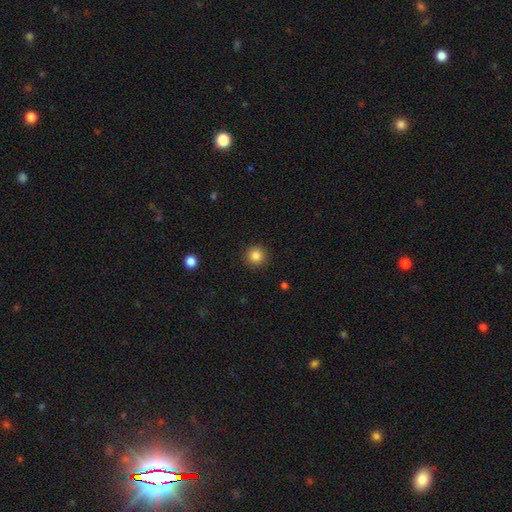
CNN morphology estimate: Smooth or featured?
  - smooth: 84% *
  - star or artifact: 11%
  - featured or disk: 5%
How rounded?
  - round: 95% *
  - in between: 4%
  - cigar-shaped: 1%
Merging?
  - none: 92% *
  - minor disturbance: 5%
  - major disturbance: 2%
  - merger: 1%